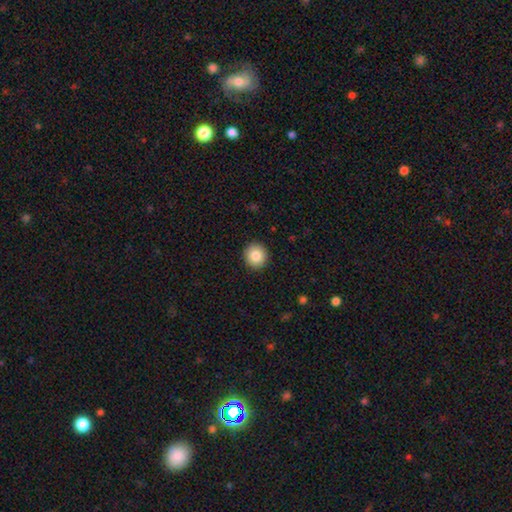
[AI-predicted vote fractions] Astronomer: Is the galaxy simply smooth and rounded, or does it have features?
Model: smooth — 85%.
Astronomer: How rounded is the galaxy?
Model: round — 92%.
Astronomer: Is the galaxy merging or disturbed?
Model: none — 93%.